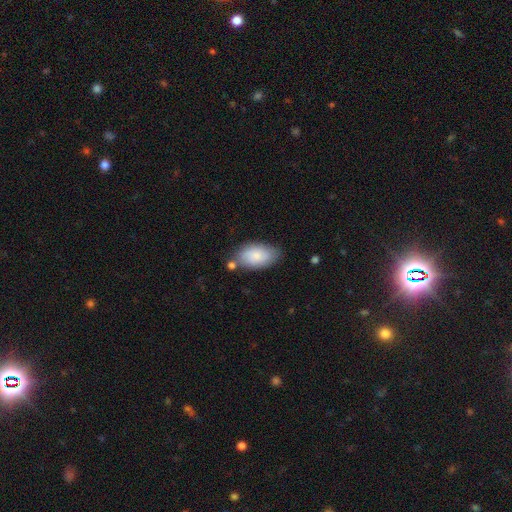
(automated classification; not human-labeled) Smooth or featured?
  - smooth: 80% *
  - featured or disk: 14%
  - star or artifact: 6%
How rounded?
  - in between: 94% *
  - round: 4%
  - cigar-shaped: 2%
Merging?
  - none: 70% *
  - minor disturbance: 19%
  - merger: 7%
  - major disturbance: 4%